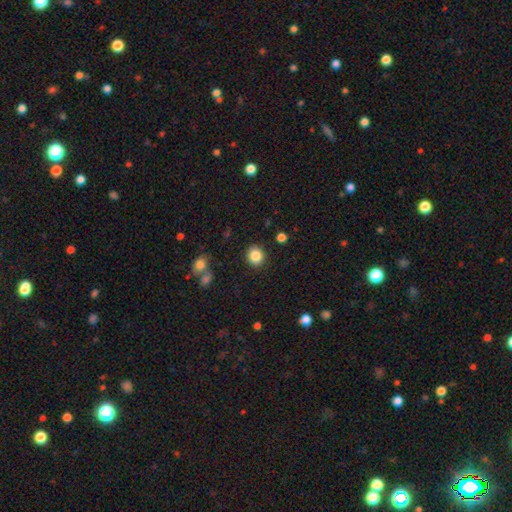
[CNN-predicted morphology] Smooth or featured?
  - smooth: 85% *
  - star or artifact: 10%
  - featured or disk: 5%
How rounded?
  - round: 85% *
  - in between: 14%
  - cigar-shaped: 1%
Merging?
  - none: 90% *
  - minor disturbance: 6%
  - major disturbance: 2%
  - merger: 2%